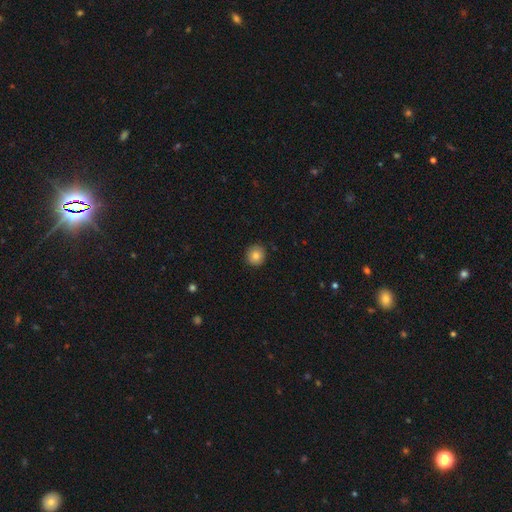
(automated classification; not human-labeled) smooth 82%, star or artifact 10%, featured or disk 8%. Down the decision tree: how rounded — round (92%); merging — none (90%).